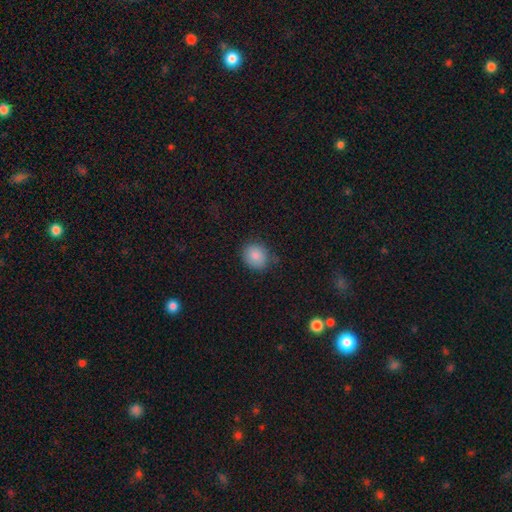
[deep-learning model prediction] Smooth or featured? Predicted: smooth (p=0.86). How rounded? Predicted: round (p=0.69). Merging? Predicted: none (p=0.76).